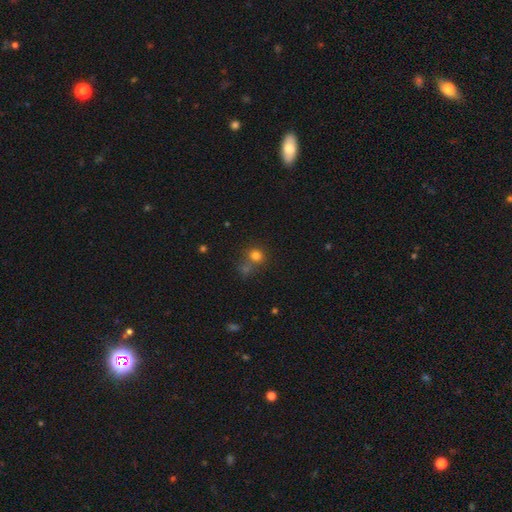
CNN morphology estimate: type=smooth (77%); roundness=round (86%); merging=none (59%).